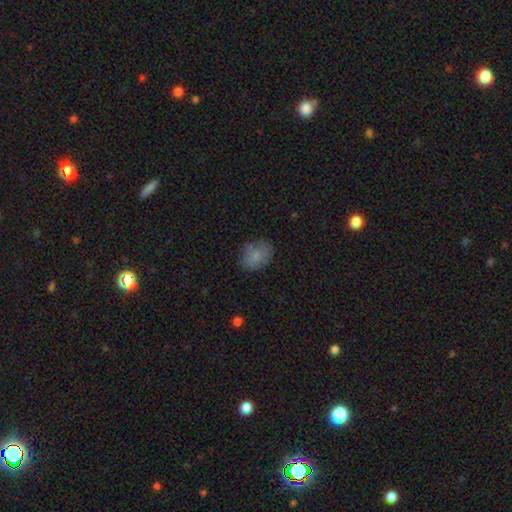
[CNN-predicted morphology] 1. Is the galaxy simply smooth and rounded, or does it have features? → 76% smooth, 15% featured or disk, 9% star or artifact.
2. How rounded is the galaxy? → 64% in between, 34% round, 1% cigar-shaped.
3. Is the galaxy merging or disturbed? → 69% none, 21% minor disturbance, 7% major disturbance, 3% merger.